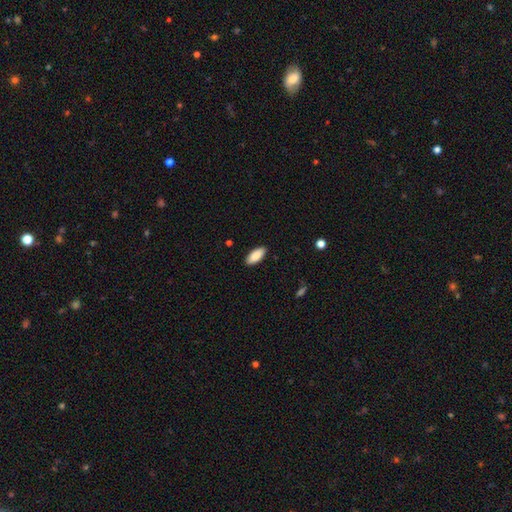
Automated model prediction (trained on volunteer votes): A smooth galaxy with no disk features (87%) that is in between round and cigar-shaped (87%). Merging: none (89%).